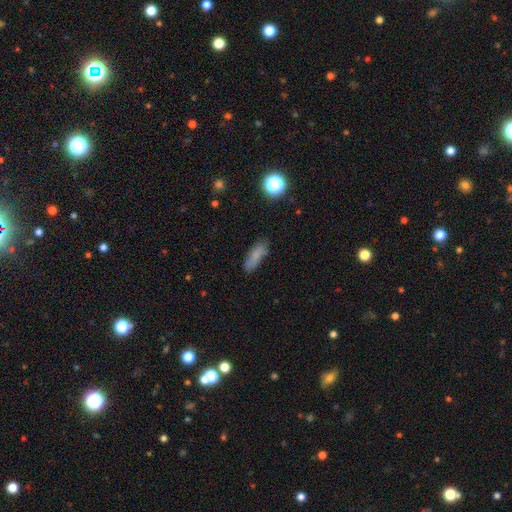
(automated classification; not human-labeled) Morphology: type=smooth (76%); roundness=in between (59%); merging=none (74%).